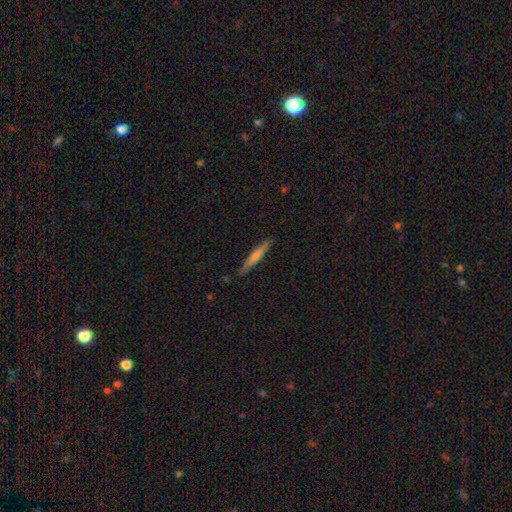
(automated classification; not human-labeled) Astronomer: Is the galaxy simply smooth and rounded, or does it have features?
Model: smooth — 51% (runner-up: featured or disk, 43%).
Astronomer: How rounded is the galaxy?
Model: cigar-shaped — 94%.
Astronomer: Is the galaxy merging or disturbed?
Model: none — 88%.